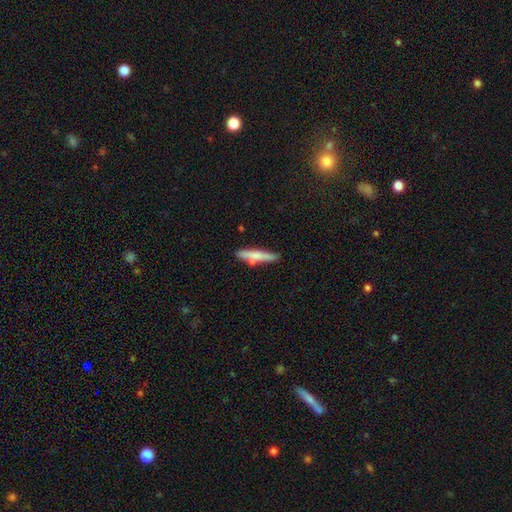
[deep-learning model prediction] This is likely a smooth galaxy (68%). How rounded: clearly cigar-shaped (88%). Merging: likely none (71%).